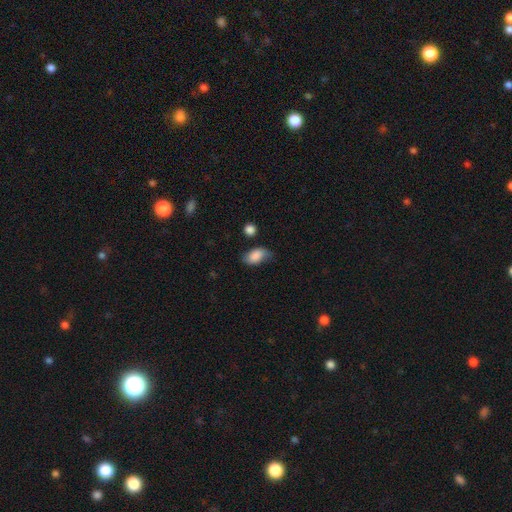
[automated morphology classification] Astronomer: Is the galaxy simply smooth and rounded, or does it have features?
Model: smooth — 82%.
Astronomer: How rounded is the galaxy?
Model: in between — 90%.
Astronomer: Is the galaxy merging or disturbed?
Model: none — 57%.